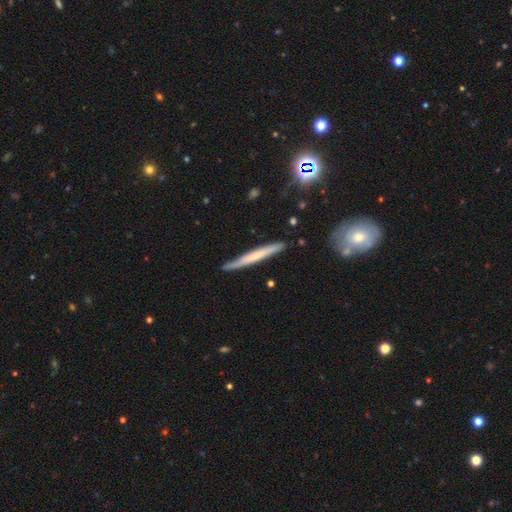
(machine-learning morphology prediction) Smooth or featured? smooth (48%)
Merging? none (83%)